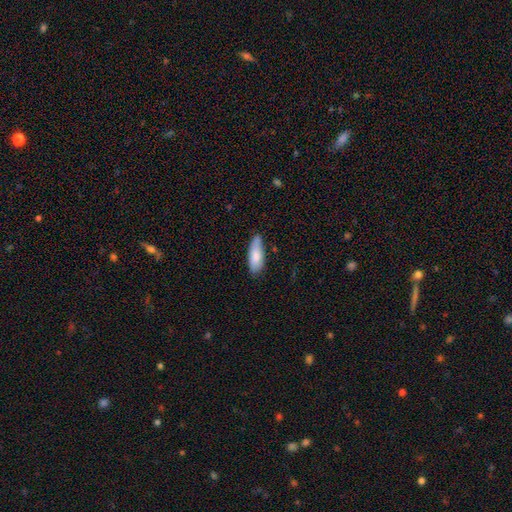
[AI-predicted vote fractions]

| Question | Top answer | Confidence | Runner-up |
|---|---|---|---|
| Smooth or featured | smooth | 83% | featured or disk (12%) |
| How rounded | in between | 72% | cigar-shaped (27%) |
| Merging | none | 70% | minor disturbance (25%) |